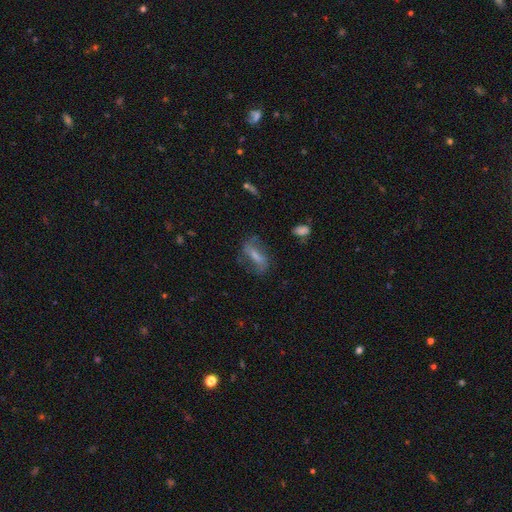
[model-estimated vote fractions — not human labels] Q: Smooth or featured?
A: featured or disk (48%); runner-up: smooth (41%)
Q: Merging?
A: none (62%); runner-up: minor disturbance (21%)